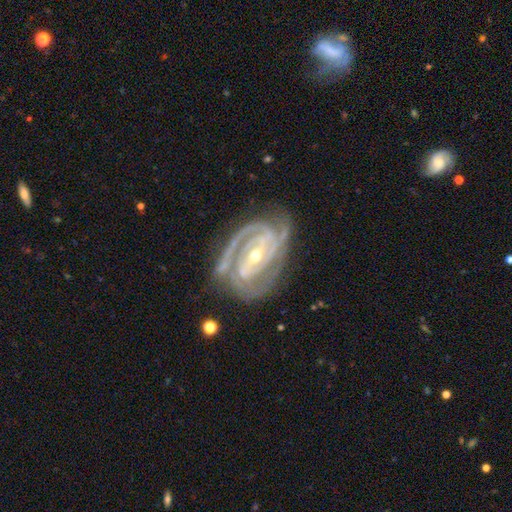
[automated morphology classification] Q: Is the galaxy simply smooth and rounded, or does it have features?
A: featured or disk — 92%.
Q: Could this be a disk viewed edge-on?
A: no — 97%.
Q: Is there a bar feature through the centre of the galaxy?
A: strong — 43%.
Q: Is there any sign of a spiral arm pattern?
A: yes — 98%.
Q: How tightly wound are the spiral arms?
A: tight — 71%.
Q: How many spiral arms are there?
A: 3 — 40%.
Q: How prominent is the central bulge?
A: small — 58%.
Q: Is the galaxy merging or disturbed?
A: none — 69%.